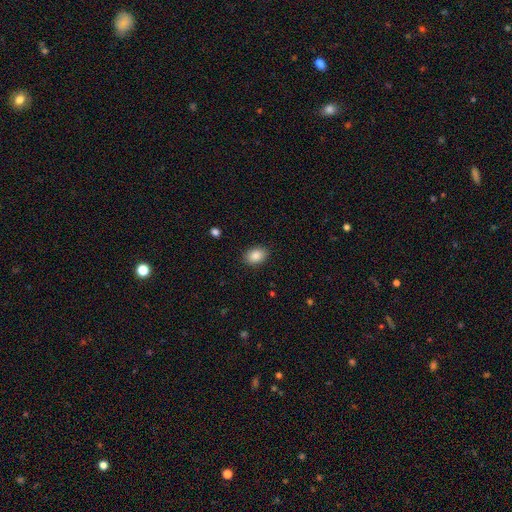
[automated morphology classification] Smooth or featured? smooth (88%)
How rounded? in between (80%)
Merging? none (89%)